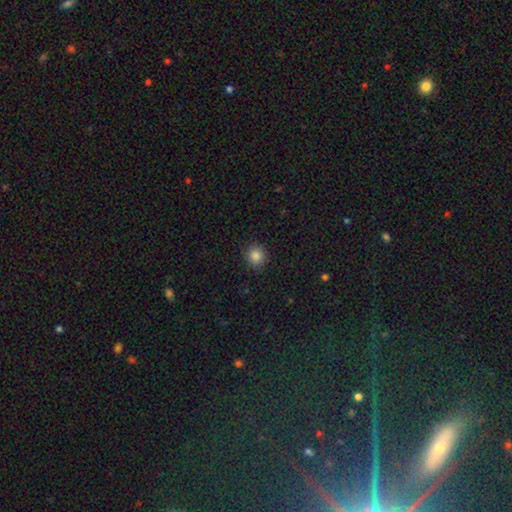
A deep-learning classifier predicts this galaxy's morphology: Q: Smooth or featured?
A: smooth (86%); runner-up: star or artifact (10%)
Q: How rounded?
A: round (88%); runner-up: in between (12%)
Q: Merging?
A: none (89%); runner-up: minor disturbance (7%)